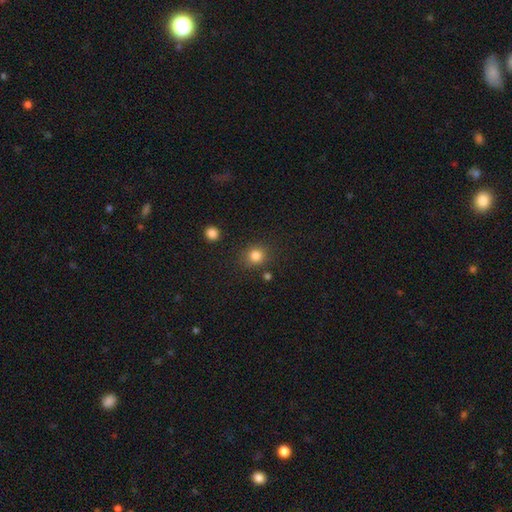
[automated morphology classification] Smooth or featured? Predicted: smooth (p=0.83). How rounded? Predicted: round (p=0.83). Merging? Predicted: none (p=0.83).